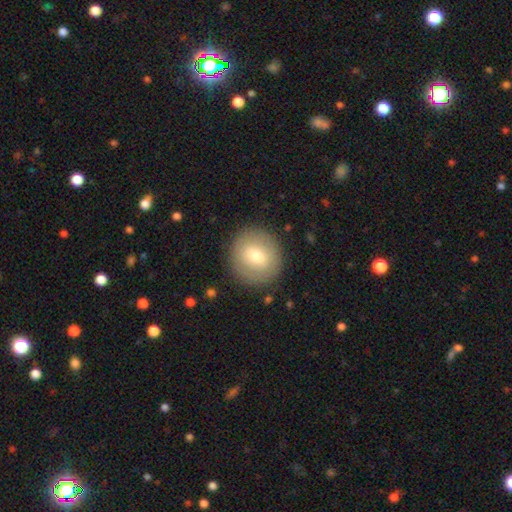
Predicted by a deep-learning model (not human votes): Overall: smooth (67%). How rounded: round (89%). Merging: none (88%).